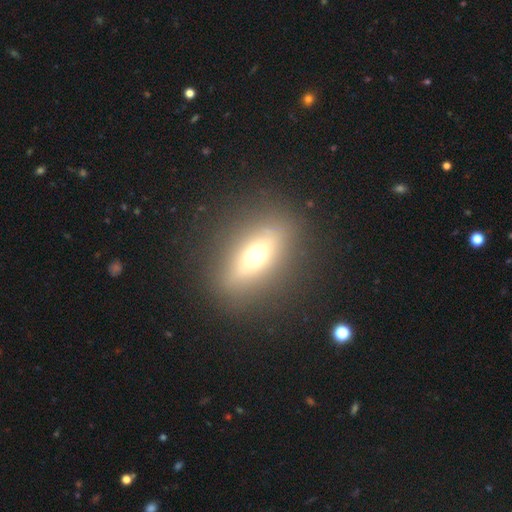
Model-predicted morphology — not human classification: smooth_or_featured: smooth (p=0.48) [alt: featured or disk p=0.39]
merging: none (p=0.86) [alt: minor disturbance p=0.08]